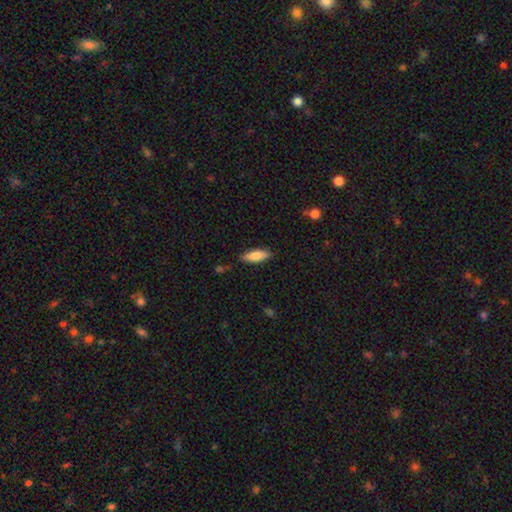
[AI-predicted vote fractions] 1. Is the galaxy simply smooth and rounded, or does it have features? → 82% smooth, 12% featured or disk, 6% star or artifact.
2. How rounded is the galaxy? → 62% in between, 36% cigar-shaped, 2% round.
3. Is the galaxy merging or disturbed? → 83% none, 13% minor disturbance, 3% major disturbance, 2% merger.